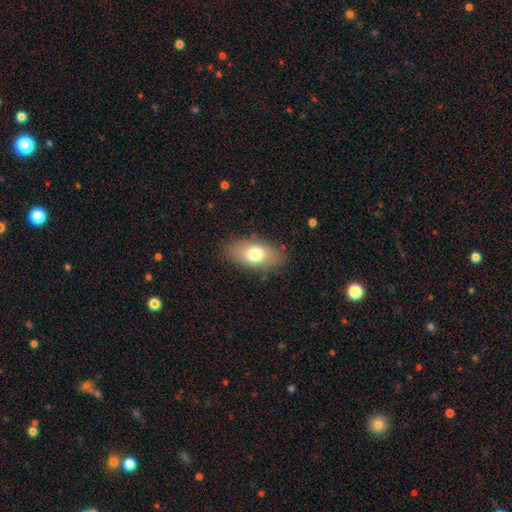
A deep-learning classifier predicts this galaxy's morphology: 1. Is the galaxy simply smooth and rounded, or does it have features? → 73% smooth, 19% featured or disk, 8% star or artifact.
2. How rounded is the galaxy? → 88% in between, 7% round, 5% cigar-shaped.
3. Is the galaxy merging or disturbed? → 83% none, 12% minor disturbance, 4% major disturbance, 1% merger.